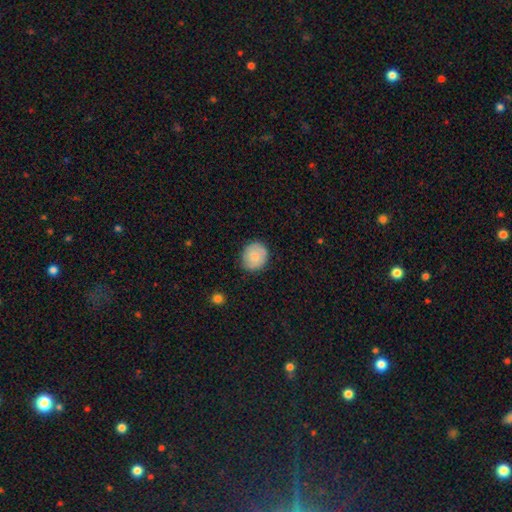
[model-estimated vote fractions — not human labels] A smooth galaxy with no disk features (76%) that is round (83%). Merging: none (83%).